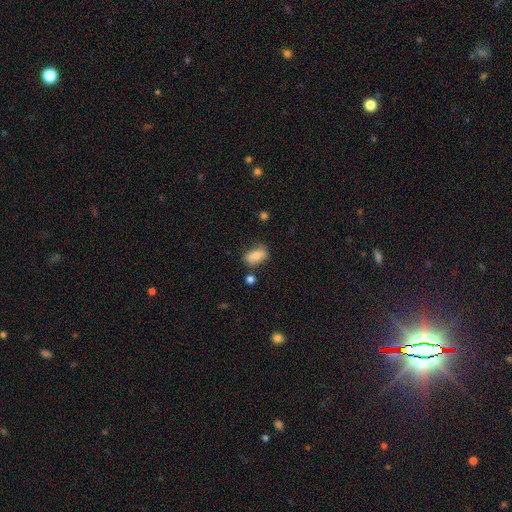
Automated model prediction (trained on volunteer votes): Overall: smooth (77%). How rounded: in between (88%). Merging: none (65%).